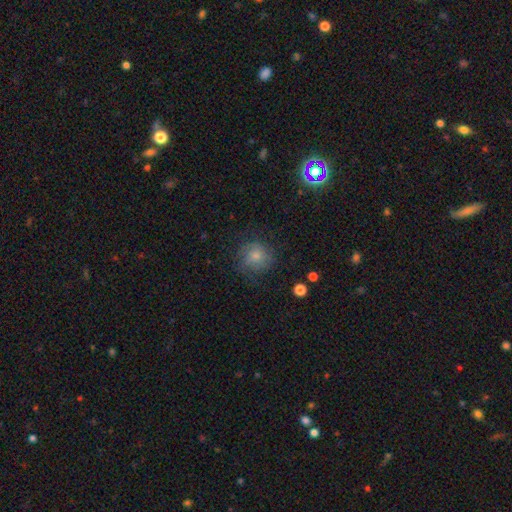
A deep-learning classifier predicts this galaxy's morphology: A smooth galaxy with no disk features (44%).

Vote fractions:
- Smooth or featured? smooth: 44% / featured or disk: 35% / star or artifact: 21%
- Merging? none: 75% / minor disturbance: 16% / major disturbance: 8% / merger: 1%